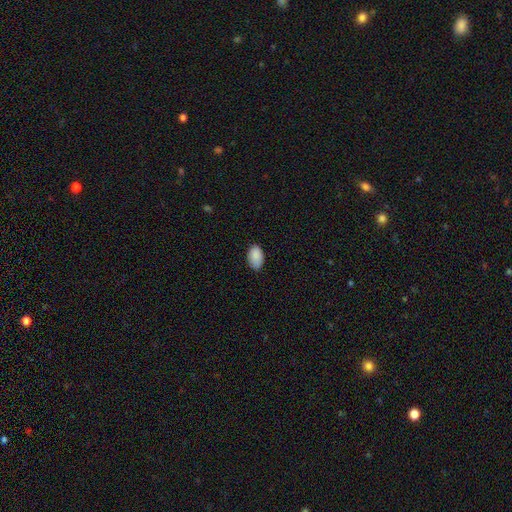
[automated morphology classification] This appears to be a smooth galaxy with no disk features (89%) that is in between round and cigar-shaped (93%). Merging: none (79%).